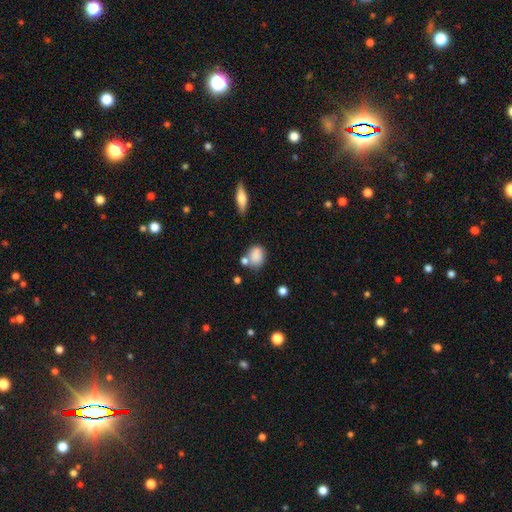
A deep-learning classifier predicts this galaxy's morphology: The model was most divided on "how rounded": in between: 53%, round: 45%, cigar-shaped: 2%. More confident: smooth or featured — smooth (82%); merging — none (52%).